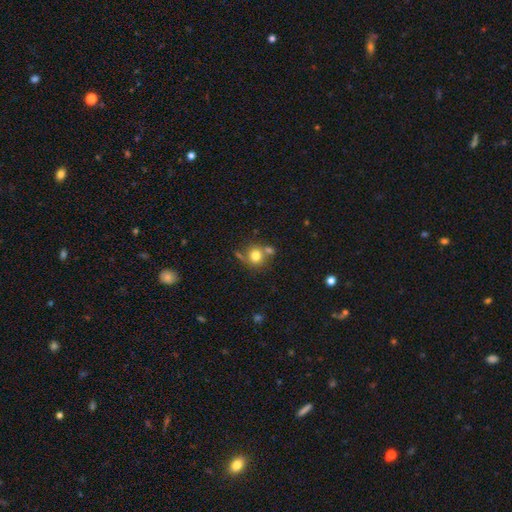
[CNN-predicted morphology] The model was most divided on "merging": none: 57%, merger: 25%, minor disturbance: 13%, major disturbance: 5%. More confident: how rounded — round (85%); smooth or featured — smooth (77%).